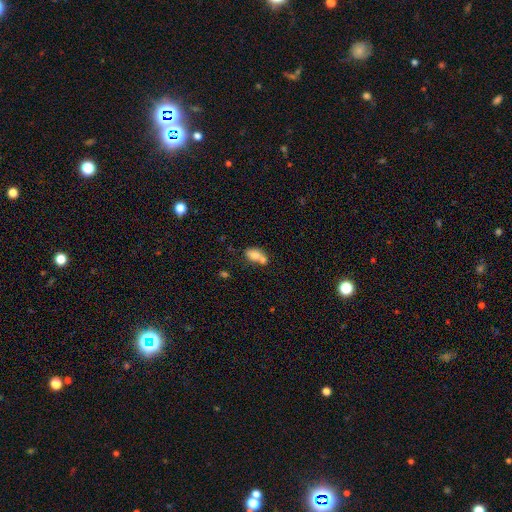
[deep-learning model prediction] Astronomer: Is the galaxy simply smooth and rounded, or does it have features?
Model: smooth — 74%.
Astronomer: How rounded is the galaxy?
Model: in between — 84%.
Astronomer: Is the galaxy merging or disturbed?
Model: merger — 48% (runner-up: none, 31%).